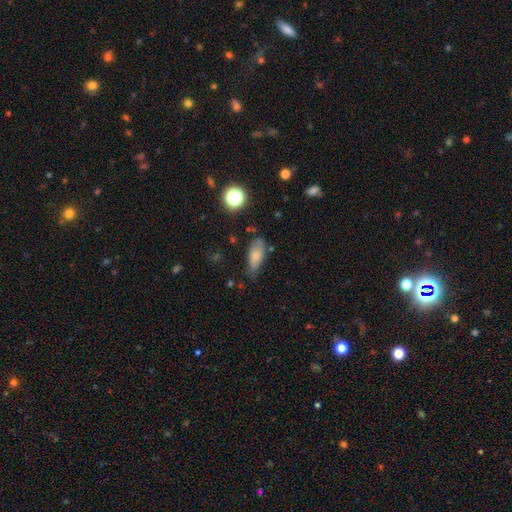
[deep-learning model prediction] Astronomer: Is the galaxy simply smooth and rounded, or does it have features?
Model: smooth — 78%.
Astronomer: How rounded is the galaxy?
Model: in between — 83%.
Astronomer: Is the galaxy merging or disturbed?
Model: none — 60%.